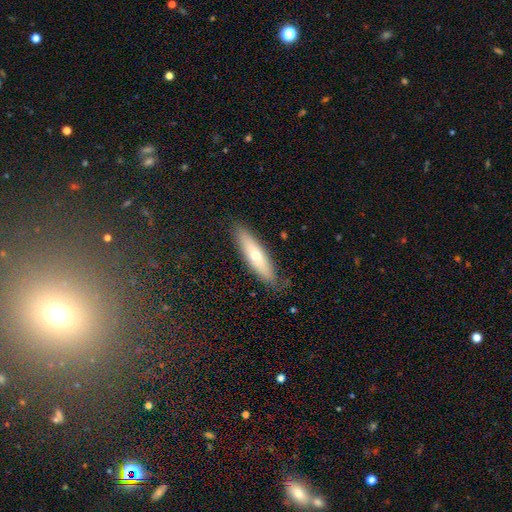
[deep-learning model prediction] smooth_or_featured: smooth (p=0.58) [alt: featured or disk p=0.36]
how_rounded: cigar-shaped (p=0.72) [alt: in between p=0.26]
merging: none (p=0.85) [alt: minor disturbance p=0.11]